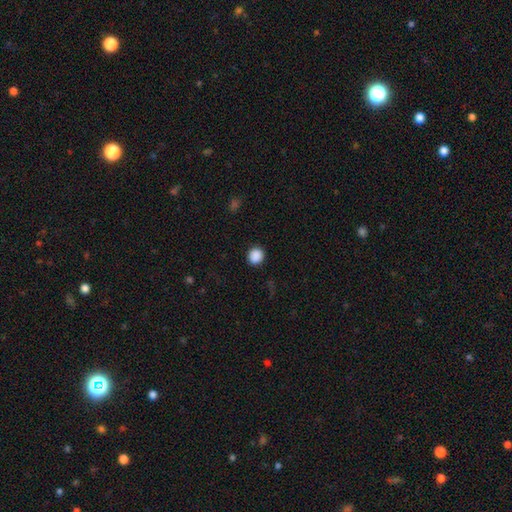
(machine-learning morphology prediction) Smooth or featured: smooth — 89% (star or artifact — 9%)
How rounded: round — 87% (in between — 12%)
Merging: none — 91% (minor disturbance — 6%)